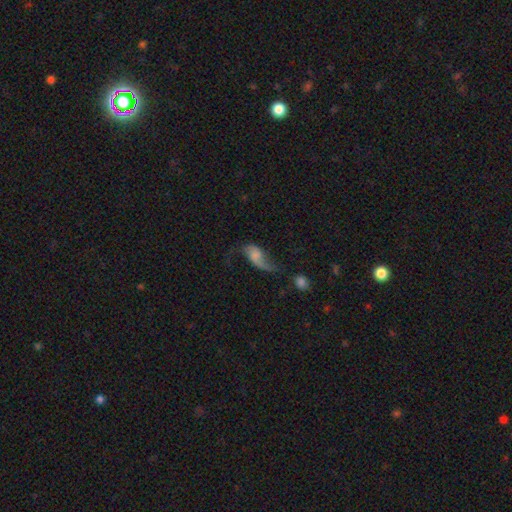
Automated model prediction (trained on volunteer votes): Smooth or featured? featured or disk (66%)
Edge-on disk? no (96%)
Bar? no (61%)
Spiral arms? yes (88%)
Spiral winding? loose (89%)
Spiral arm count? 2 (84%)
Bulge size? none (50%)
Merging? none (42%)